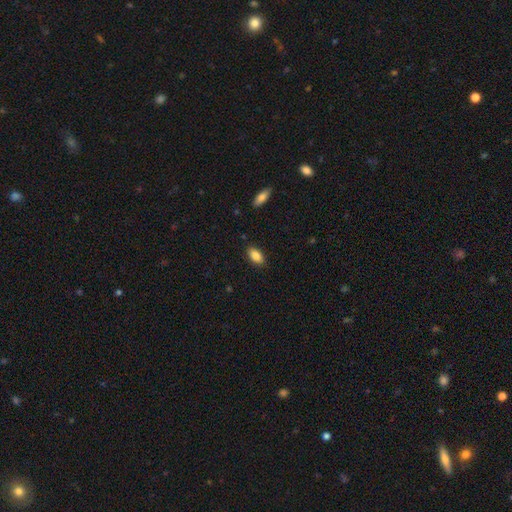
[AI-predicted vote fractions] Q: Smooth or featured?
A: smooth (86%); runner-up: star or artifact (7%)
Q: How rounded?
A: in between (91%); runner-up: cigar-shaped (5%)
Q: Merging?
A: none (87%); runner-up: minor disturbance (10%)